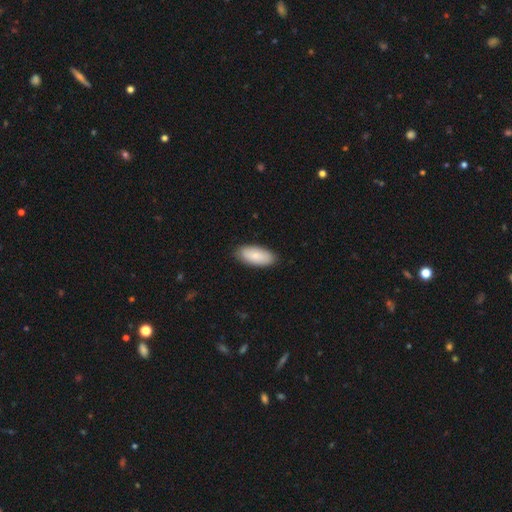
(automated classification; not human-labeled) A smooth galaxy with no disk features (79%) that is in between round and cigar-shaped (89%).

Vote fractions:
- Smooth or featured? smooth: 79% / featured or disk: 15% / star or artifact: 5%
- How rounded? in between: 89% / cigar-shaped: 9% / round: 2%
- Merging? none: 87% / minor disturbance: 10% / major disturbance: 2% / merger: 1%